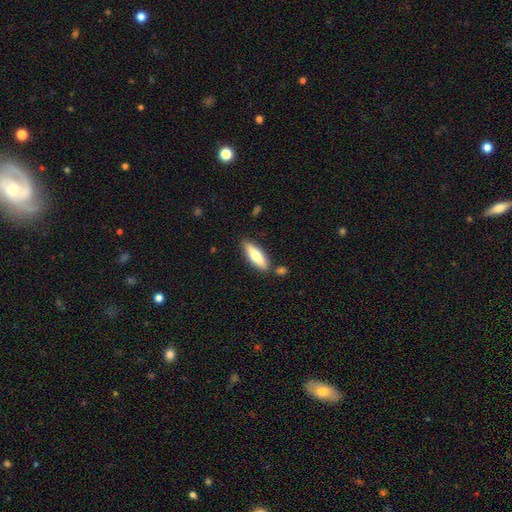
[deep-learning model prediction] Q: Smooth or featured?
A: smooth (62%); runner-up: featured or disk (33%)
Q: How rounded?
A: cigar-shaped (54%); runner-up: in between (44%)
Q: Merging?
A: none (83%); runner-up: minor disturbance (10%)